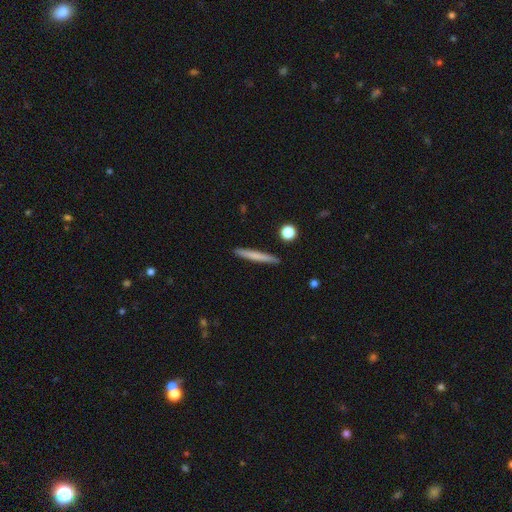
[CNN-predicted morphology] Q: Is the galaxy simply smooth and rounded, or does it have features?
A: smooth — 68%.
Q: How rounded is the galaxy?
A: cigar-shaped — 96%.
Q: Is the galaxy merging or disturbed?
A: none — 91%.